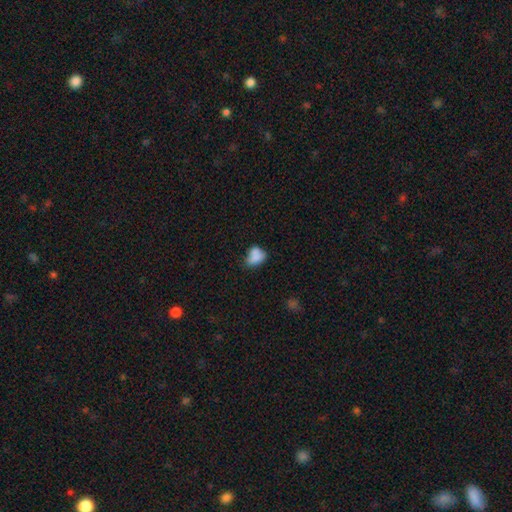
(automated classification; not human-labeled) A smooth galaxy with no disk features (77%) that is in between round and cigar-shaped (66%).

Vote fractions:
- Smooth or featured? smooth: 77% / featured or disk: 14% / star or artifact: 10%
- How rounded? in between: 66% / round: 32% / cigar-shaped: 2%
- Merging? none: 39% / minor disturbance: 26% / merger: 25% / major disturbance: 10%